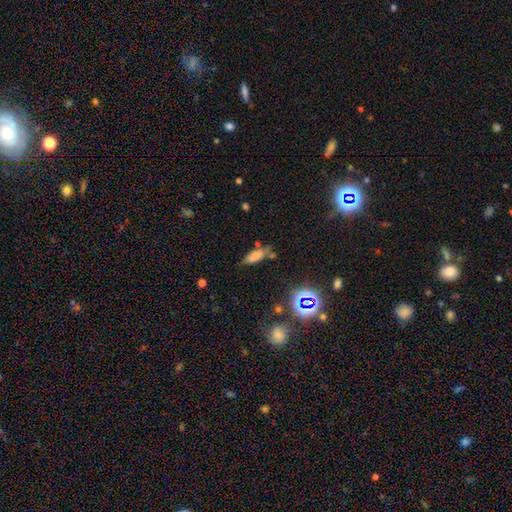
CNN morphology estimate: A smooth galaxy with no disk features (70%) that is in between round and cigar-shaped (67%).

Vote fractions:
- Smooth or featured? smooth: 70% / star or artifact: 17% / featured or disk: 13%
- How rounded? in between: 67% / cigar-shaped: 30% / round: 4%
- Merging? none: 59% / minor disturbance: 23% / merger: 10% / major disturbance: 7%